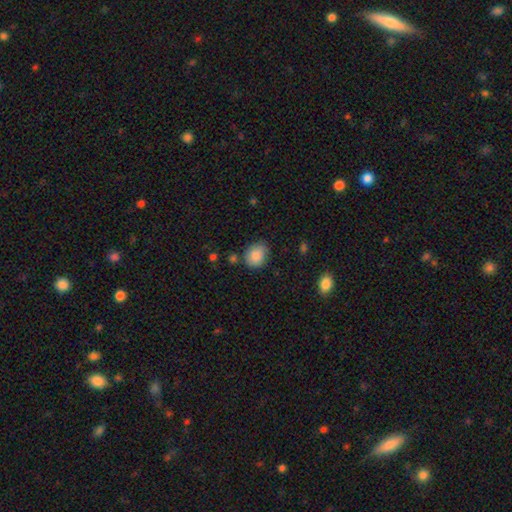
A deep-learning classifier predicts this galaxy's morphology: This appears to be a smooth galaxy with no disk features (86%) that is in between round and cigar-shaped (50%). Merging: none (72%).